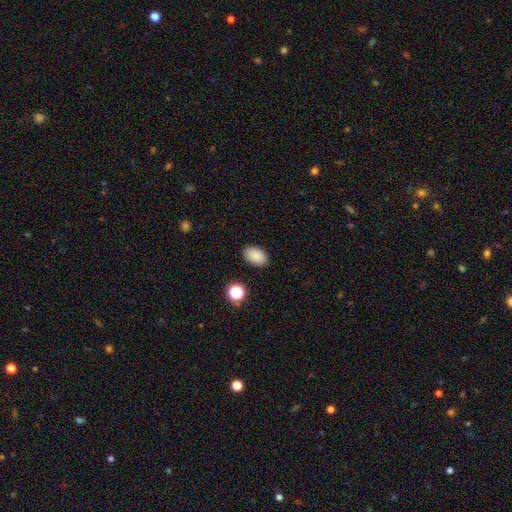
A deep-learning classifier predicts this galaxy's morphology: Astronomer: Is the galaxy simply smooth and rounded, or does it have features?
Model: smooth — 87%.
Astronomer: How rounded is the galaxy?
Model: in between — 89%.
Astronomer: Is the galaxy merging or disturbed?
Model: none — 89%.